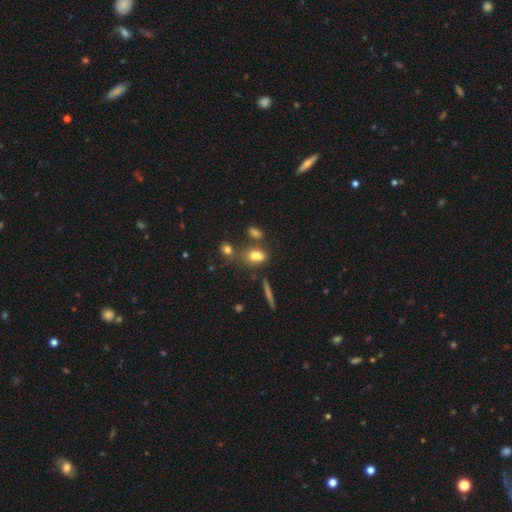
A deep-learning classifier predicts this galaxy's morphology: Smooth or featured: smooth — 74% (star or artifact — 14%)
How rounded: in between — 75% (round — 18%)
Merging: none — 52% (merger — 23%)